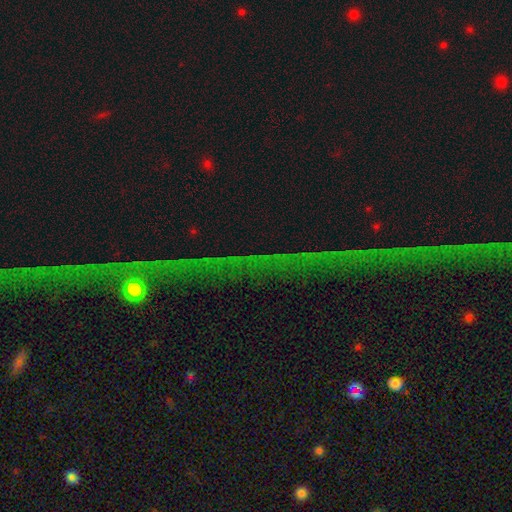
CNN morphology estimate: Smooth or featured? Predicted: star or artifact (p=0.74).